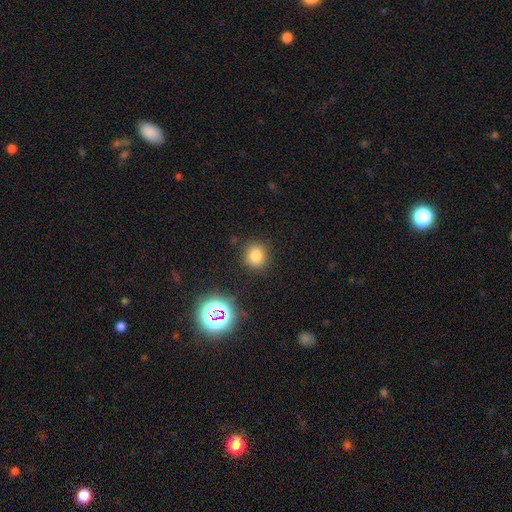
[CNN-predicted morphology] smooth_or_featured: smooth (p=0.77) [alt: star or artifact p=0.16]
how_rounded: round (p=0.88) [alt: in between p=0.11]
merging: none (p=0.88) [alt: minor disturbance p=0.07]